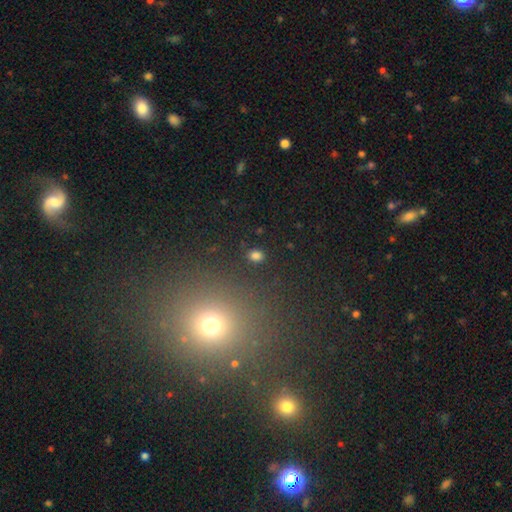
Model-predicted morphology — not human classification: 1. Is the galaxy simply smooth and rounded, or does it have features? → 79% smooth, 16% star or artifact, 5% featured or disk.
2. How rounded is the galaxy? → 51% round, 48% in between, 1% cigar-shaped.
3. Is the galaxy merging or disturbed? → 88% none, 7% minor disturbance, 3% major disturbance, 2% merger.